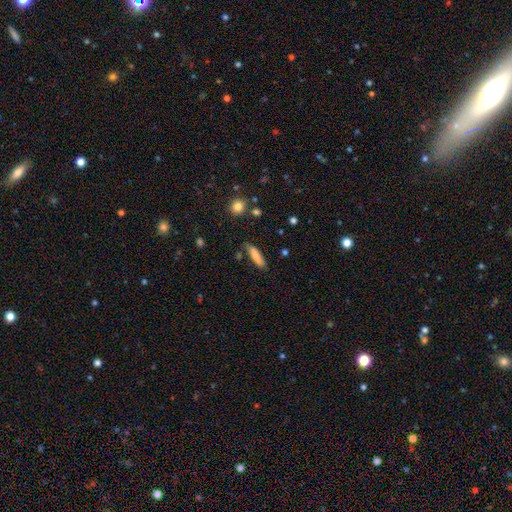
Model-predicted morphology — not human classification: smooth 80%, featured or disk 13%, star or artifact 7%. Down the decision tree: how rounded — cigar-shaped (72%); merging — none (77%).